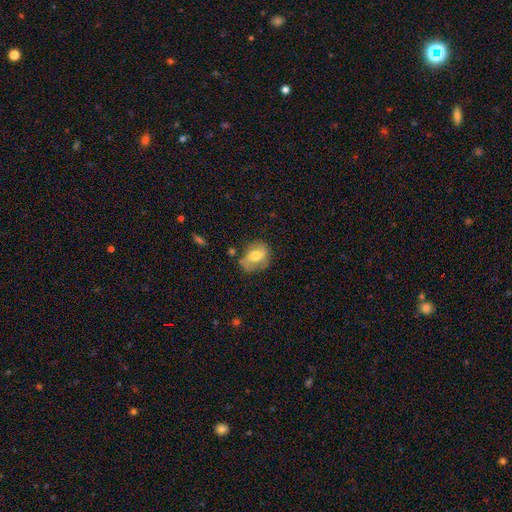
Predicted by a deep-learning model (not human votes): Q: Smooth or featured?
A: smooth (50%); runner-up: featured or disk (42%)
Q: Merging?
A: none (60%); runner-up: minor disturbance (26%)